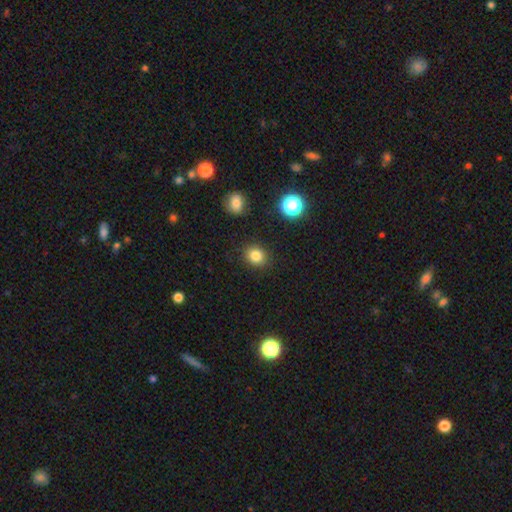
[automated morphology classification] type=smooth (82%); roundness=round (75%); merging=none (88%).